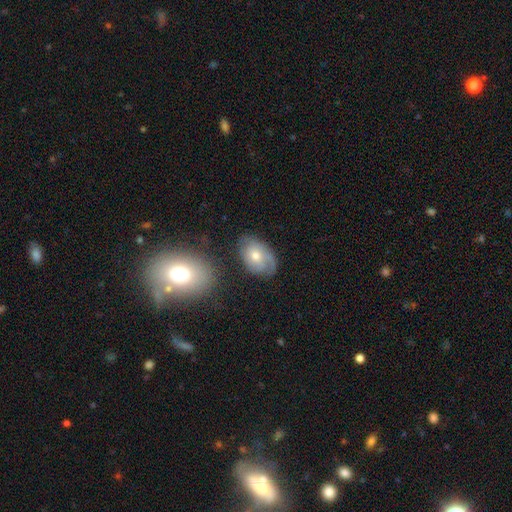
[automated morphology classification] The model was most divided on "smooth or featured": featured or disk: 52%, smooth: 39%, star or artifact: 9%. More confident: edge-on disk — no (94%); merging — none (65%).